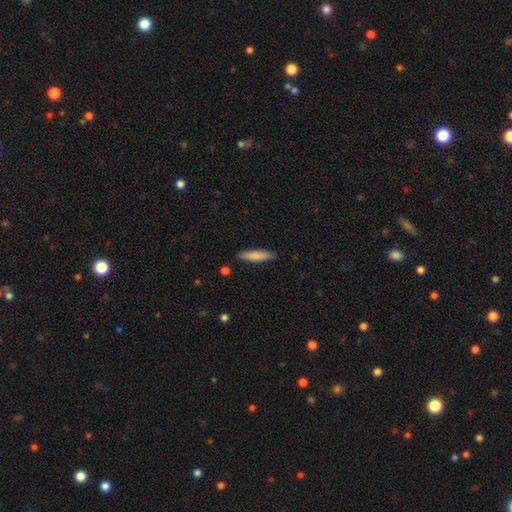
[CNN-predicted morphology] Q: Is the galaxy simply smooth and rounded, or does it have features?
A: smooth — 81%.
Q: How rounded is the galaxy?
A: cigar-shaped — 79%.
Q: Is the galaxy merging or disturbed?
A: none — 87%.